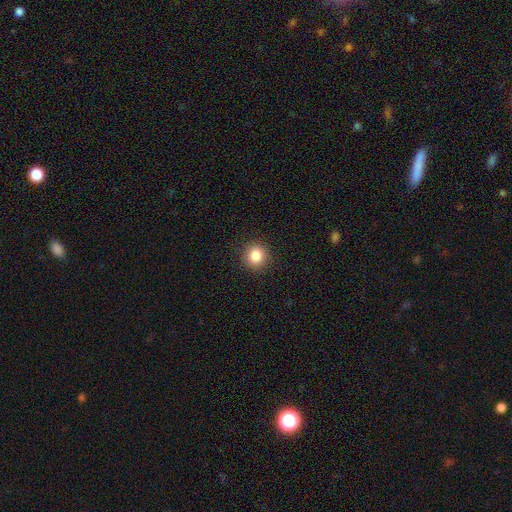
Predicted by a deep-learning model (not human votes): Smooth or featured: smooth — 85% (star or artifact — 10%)
How rounded: round — 91% (in between — 8%)
Merging: none — 91% (minor disturbance — 6%)